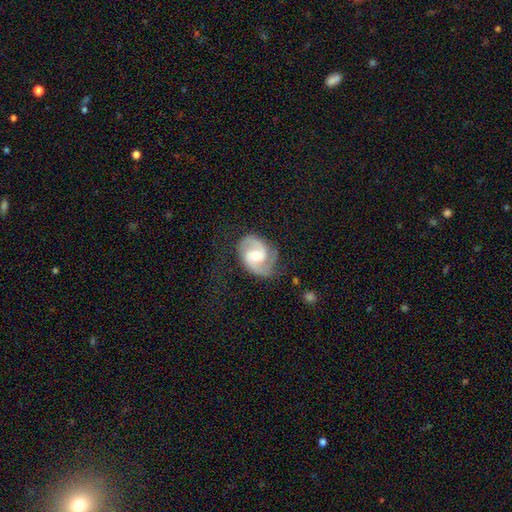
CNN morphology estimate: Smooth or featured? featured or disk (87%)
Edge-on disk? no (98%)
Bar? weak (46%)
Spiral arms? yes (97%)
Spiral winding? medium (52%)
Spiral arm count? 2 (90%)
Bulge size? moderate (71%)
Merging? none (71%)